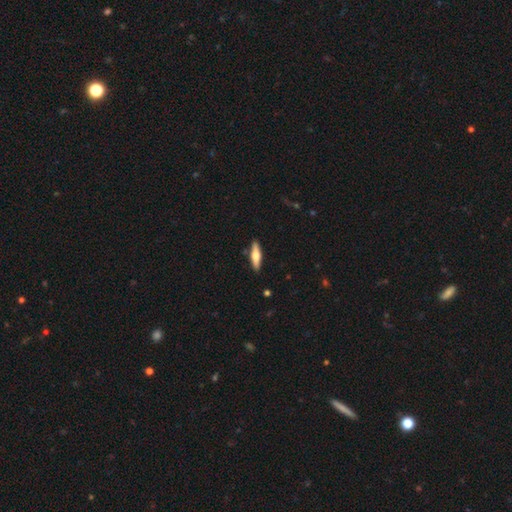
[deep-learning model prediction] smooth-or-featured: smooth: 55% | featured or disk: 40% | star or artifact: 5%
  how-rounded: cigar-shaped: 68% | in between: 30% | round: 2%
  merging: none: 88% | minor disturbance: 9% | major disturbance: 2% | merger: 2%